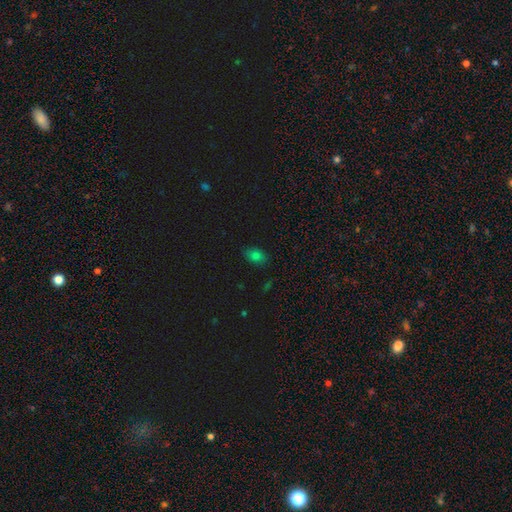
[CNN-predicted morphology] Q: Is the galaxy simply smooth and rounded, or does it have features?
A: smooth — 77%.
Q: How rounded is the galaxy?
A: in between — 81%.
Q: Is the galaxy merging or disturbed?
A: none — 84%.